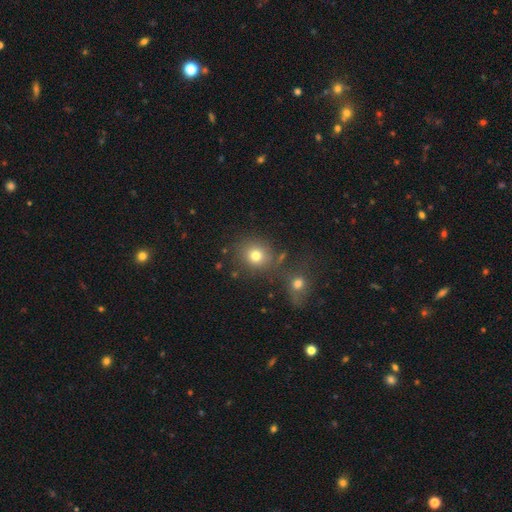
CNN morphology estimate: Smooth or featured? smooth (75%)
How rounded? round (83%)
Merging? none (70%)